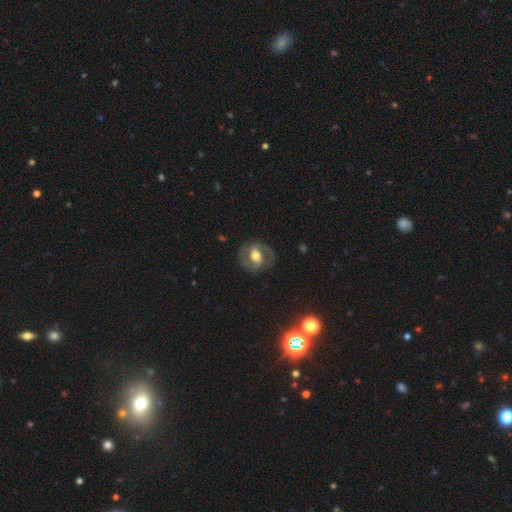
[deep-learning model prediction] The model was most divided on "bar": weak: 39%, strong: 37%, no: 24%. More confident: edge-on disk — no (96%); spiral arm count — 2 (87%); merging — none (80%); spiral arms — yes (78%); smooth or featured — featured or disk (74%); bulge size — moderate (68%); spiral winding — medium (50%).